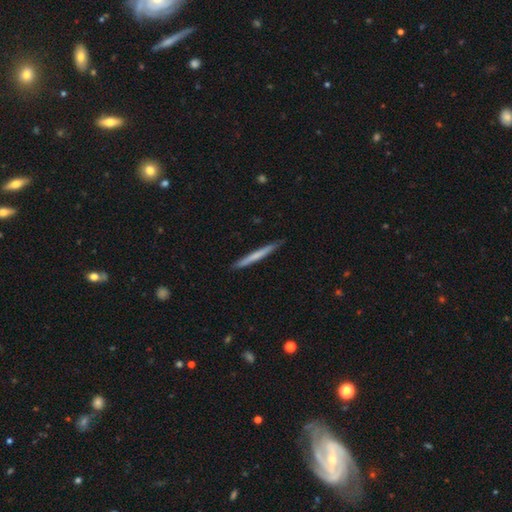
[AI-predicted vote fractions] Smooth or featured: smooth — 60% (featured or disk — 34%)
How rounded: cigar-shaped — 97% (in between — 2%)
Merging: none — 89% (minor disturbance — 8%)